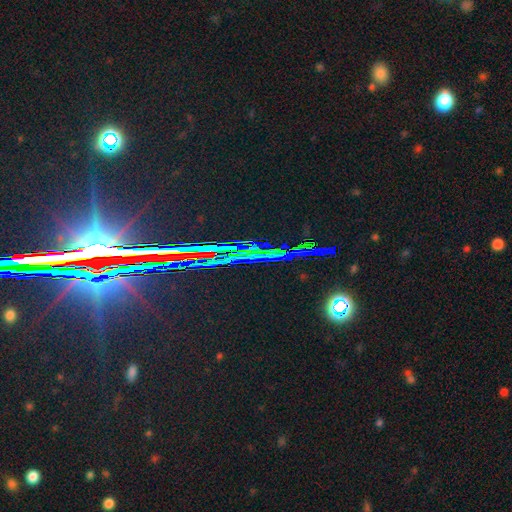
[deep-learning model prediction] A star or artifact, not a galaxy (81%).

Vote fractions:
- Smooth or featured? star or artifact: 81% / featured or disk: 11% / smooth: 7%